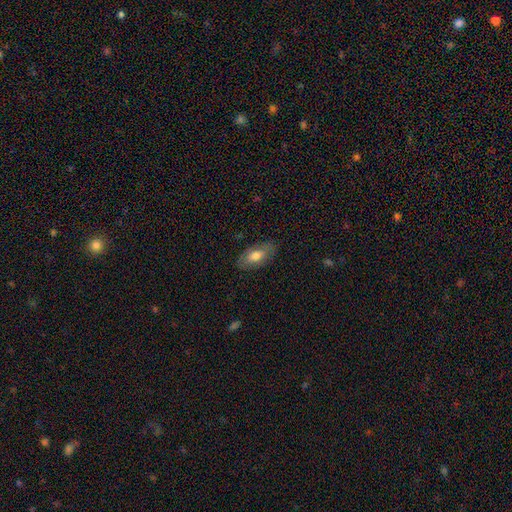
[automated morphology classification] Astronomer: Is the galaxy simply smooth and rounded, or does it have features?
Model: smooth — 67%.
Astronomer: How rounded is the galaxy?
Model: in between — 90%.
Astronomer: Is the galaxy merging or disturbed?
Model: none — 81%.